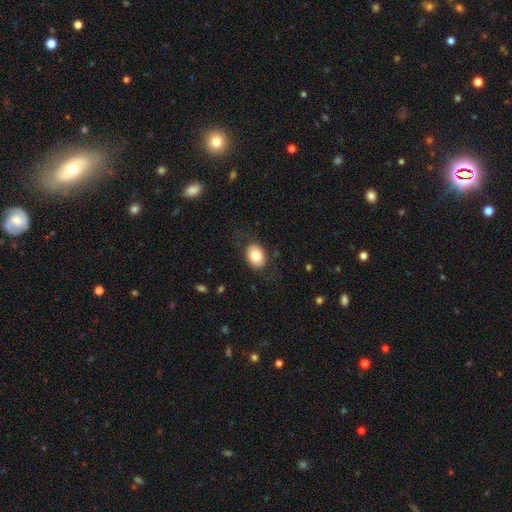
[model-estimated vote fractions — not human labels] Morphology: type=smooth (79%); roundness=in between (75%); merging=none (78%).